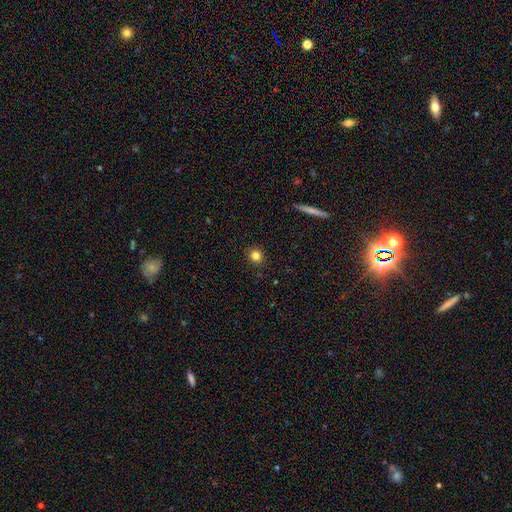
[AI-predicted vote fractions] This is clearly a smooth galaxy (81%). How rounded: clearly round (91%). Merging: clearly none (92%).